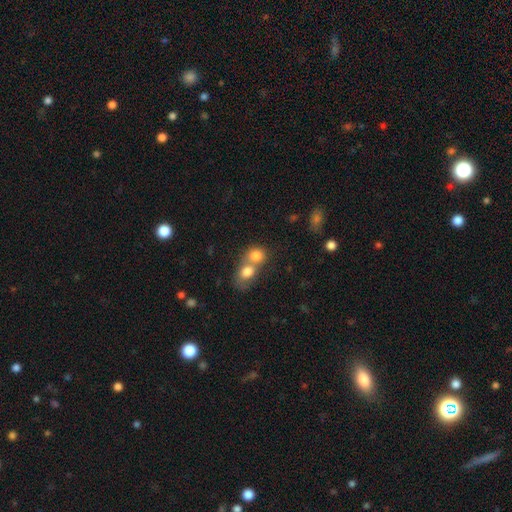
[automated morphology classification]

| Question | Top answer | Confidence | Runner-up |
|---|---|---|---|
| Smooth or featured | smooth | 79% | featured or disk (12%) |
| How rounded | round | 59% | in between (40%) |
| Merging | merger | 67% | none (24%) |